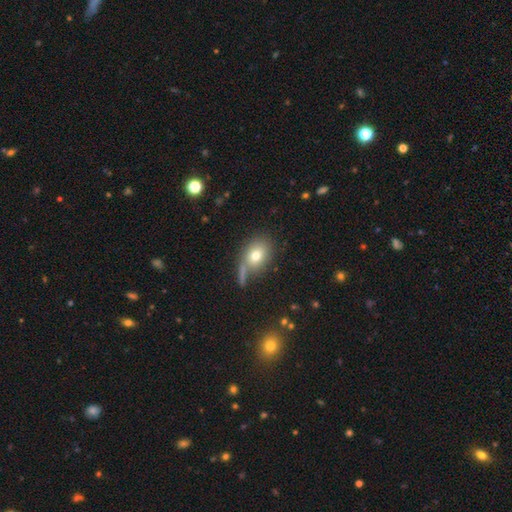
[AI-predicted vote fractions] Overall: smooth (75%). How rounded: in between (62%; round 36%). Merging: none (60%).